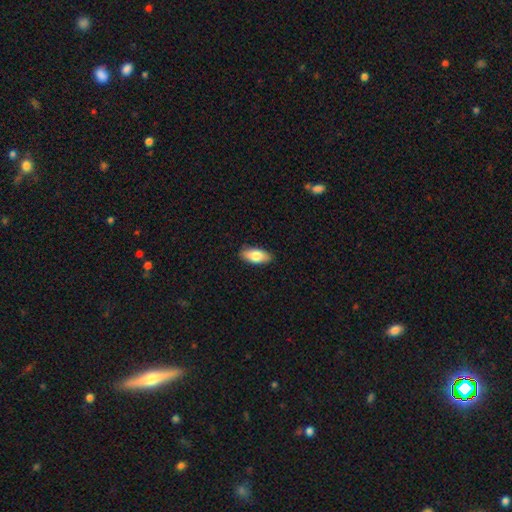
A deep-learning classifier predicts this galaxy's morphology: This appears to be a smooth galaxy with no disk features (81%) that is in between round and cigar-shaped (88%). Merging: none (87%).